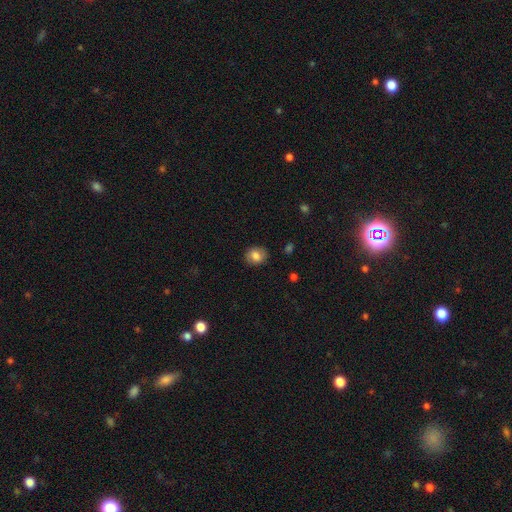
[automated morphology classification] smooth_or_featured: smooth (p=0.81) [alt: featured or disk p=0.10]
how_rounded: round (p=0.62) [alt: in between p=0.37]
merging: none (p=0.86) [alt: minor disturbance p=0.10]